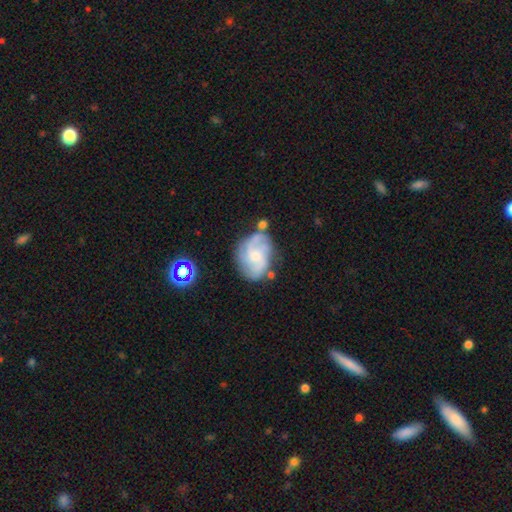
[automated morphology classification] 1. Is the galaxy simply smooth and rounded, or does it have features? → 74% featured or disk, 18% smooth, 8% star or artifact.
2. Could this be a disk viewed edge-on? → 97% no, 3% yes.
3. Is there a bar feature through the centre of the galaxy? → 61% no, 34% weak, 5% strong.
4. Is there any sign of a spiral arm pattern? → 92% yes, 8% no.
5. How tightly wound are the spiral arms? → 47% medium, 30% tight, 23% loose.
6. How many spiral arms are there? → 33% 2, 32% 3, 20% can't tell, 8% 4, 4% 1, 4% more than 4.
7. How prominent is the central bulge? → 48% small, 39% moderate, 7% none, 4% large, 1% dominant.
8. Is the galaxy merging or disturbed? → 62% none, 21% minor disturbance, 9% merger, 8% major disturbance.